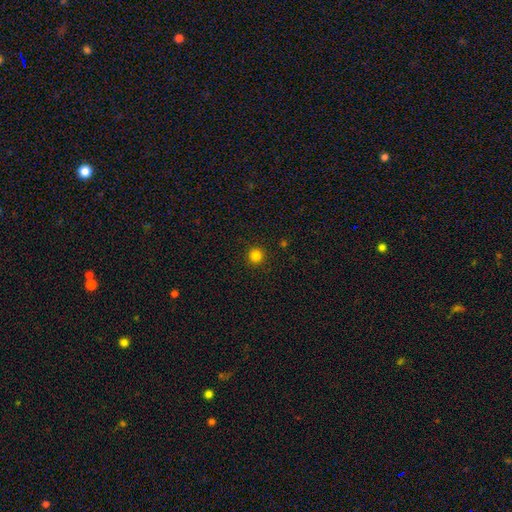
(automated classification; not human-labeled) Smooth or featured? Predicted: smooth (p=0.83). How rounded? Predicted: round (p=0.95). Merging? Predicted: none (p=0.92).